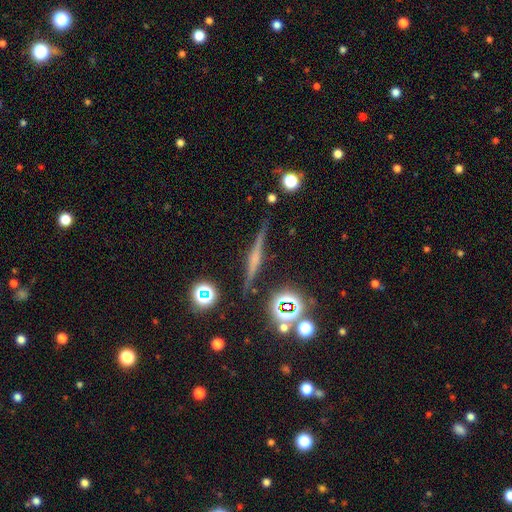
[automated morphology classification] A featured or disk galaxy (63%) viewed edge-on (96%) with a rounded central bulge (49%).

Vote fractions:
- Smooth or featured? featured or disk: 63% / smooth: 23% / star or artifact: 14%
- Edge-on disk? yes: 96% / no: 4%
- Edge-on bulge? rounded: 49% / boxy: 29% / none: 23%
- Merging? none: 86% / minor disturbance: 10% / major disturbance: 2% / merger: 2%